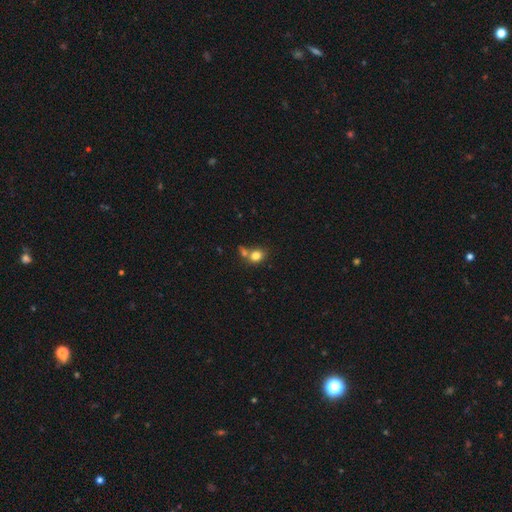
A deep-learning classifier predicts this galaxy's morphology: smooth_or_featured: smooth (p=0.80) [alt: star or artifact p=0.11]
how_rounded: round (p=0.54) [alt: in between p=0.45]
merging: none (p=0.46) [alt: merger p=0.37]